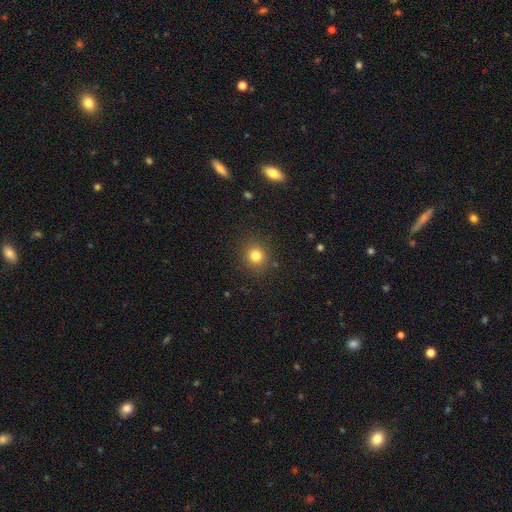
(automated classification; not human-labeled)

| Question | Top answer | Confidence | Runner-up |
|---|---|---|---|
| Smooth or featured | smooth | 80% | star or artifact (14%) |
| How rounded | round | 86% | in between (13%) |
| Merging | none | 89% | minor disturbance (7%) |